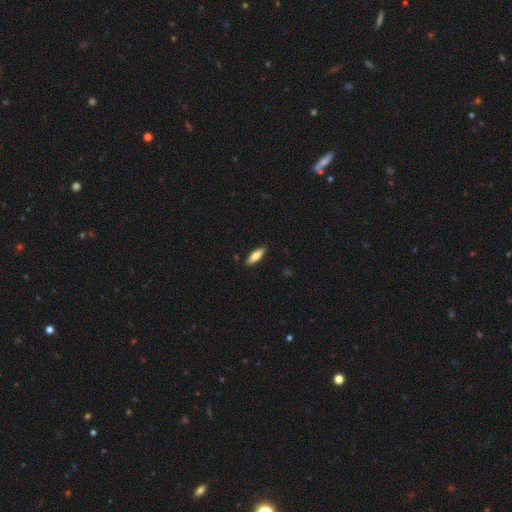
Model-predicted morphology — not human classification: This appears to be a smooth galaxy with no disk features (70%) that is cigar-shaped (49%, tied with in between). Merging: none (88%).